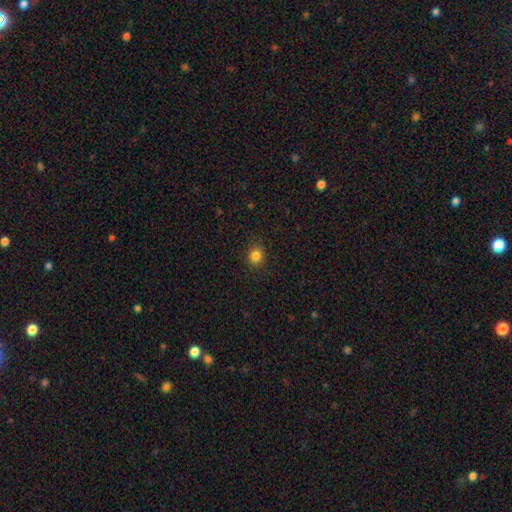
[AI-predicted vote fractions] smooth-or-featured: smooth: 83% | star or artifact: 12% | featured or disk: 4%
  how-rounded: round: 82% | in between: 17% | cigar-shaped: 1%
  merging: none: 89% | minor disturbance: 7% | major disturbance: 2% | merger: 1%